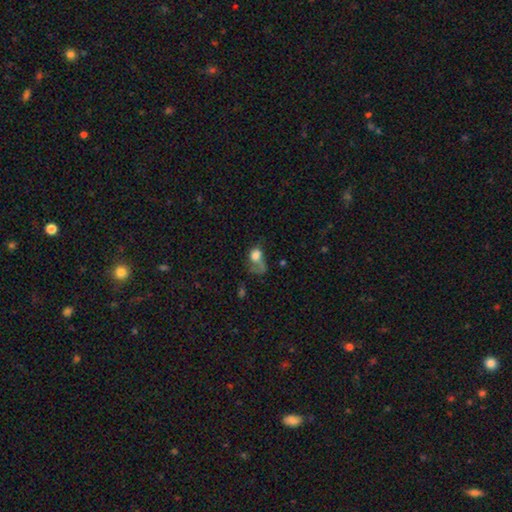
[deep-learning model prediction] This appears to be a smooth galaxy with no disk features (68%) that is in between round and cigar-shaped (55%). Merging: major disturbance (50%).